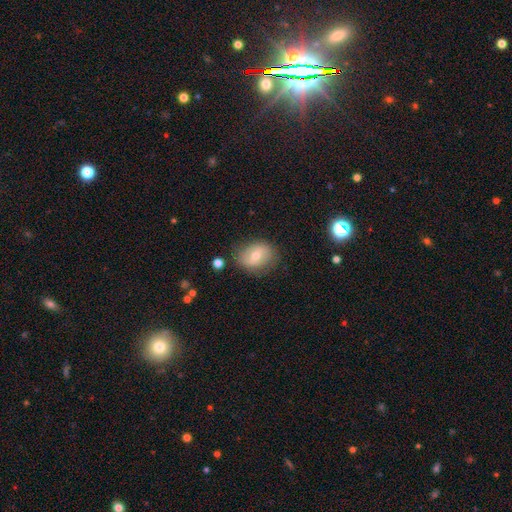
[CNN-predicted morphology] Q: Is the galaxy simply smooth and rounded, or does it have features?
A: smooth — 58%.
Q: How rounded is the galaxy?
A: in between — 60%.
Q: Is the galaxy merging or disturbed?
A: none — 75%.